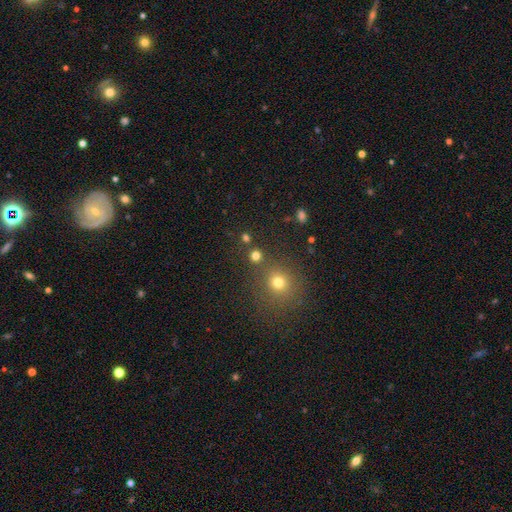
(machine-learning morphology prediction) smooth-or-featured: smooth: 73% | star or artifact: 21% | featured or disk: 6%
  how-rounded: round: 90% | in between: 9% | cigar-shaped: 1%
  merging: none: 78% | merger: 12% | minor disturbance: 7% | major disturbance: 3%